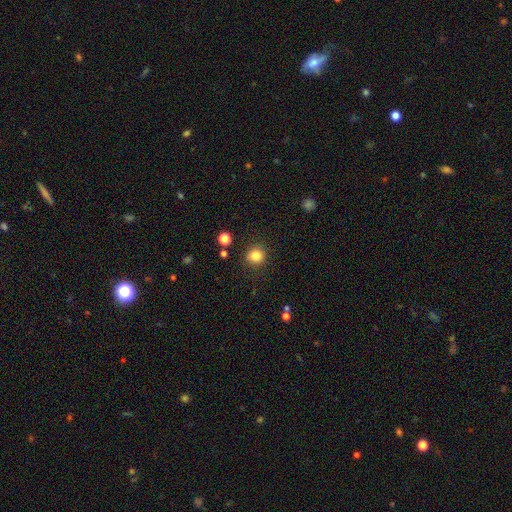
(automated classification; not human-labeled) Smooth or featured? Predicted: smooth (p=0.84). How rounded? Predicted: round (p=0.88). Merging? Predicted: none (p=0.88).